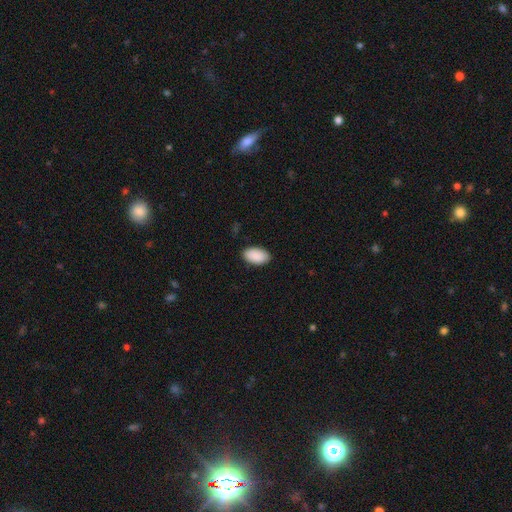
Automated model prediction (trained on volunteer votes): Smooth or featured: smooth — 91% (star or artifact — 6%)
How rounded: in between — 95% (round — 3%)
Merging: none — 88% (minor disturbance — 9%)